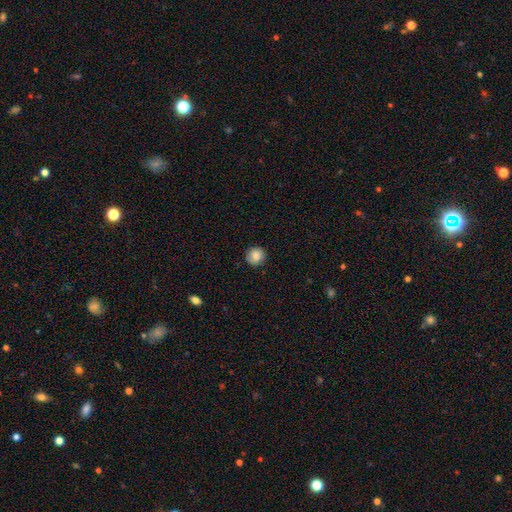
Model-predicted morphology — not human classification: This is clearly a smooth galaxy (84%). How rounded: clearly round (92%). Merging: clearly none (86%).